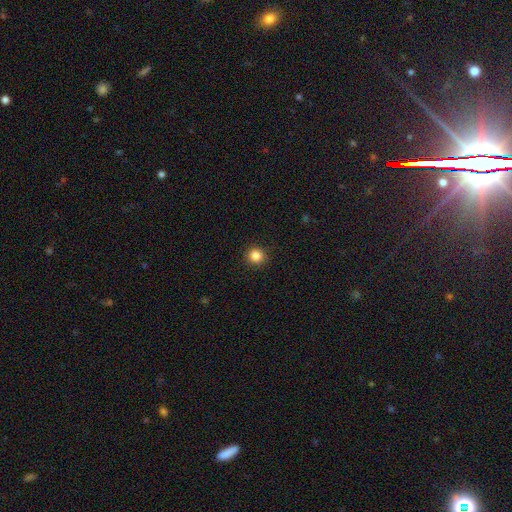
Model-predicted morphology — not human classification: Q: Smooth or featured?
A: smooth (85%); runner-up: star or artifact (11%)
Q: How rounded?
A: round (92%); runner-up: in between (7%)
Q: Merging?
A: none (92%); runner-up: minor disturbance (6%)